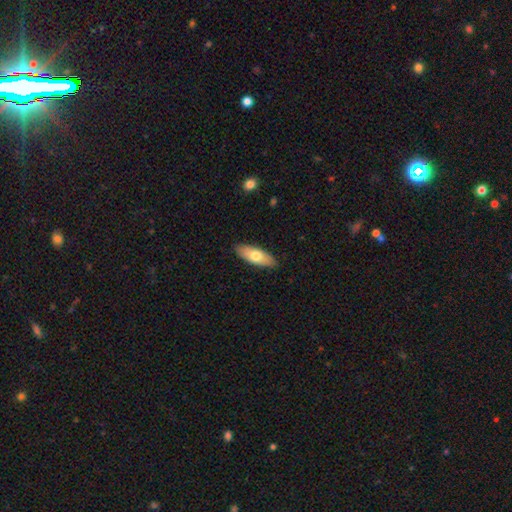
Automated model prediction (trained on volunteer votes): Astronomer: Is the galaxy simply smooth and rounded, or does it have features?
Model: smooth — 67%.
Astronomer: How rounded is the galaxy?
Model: in between — 74%.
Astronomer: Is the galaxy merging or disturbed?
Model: none — 88%.